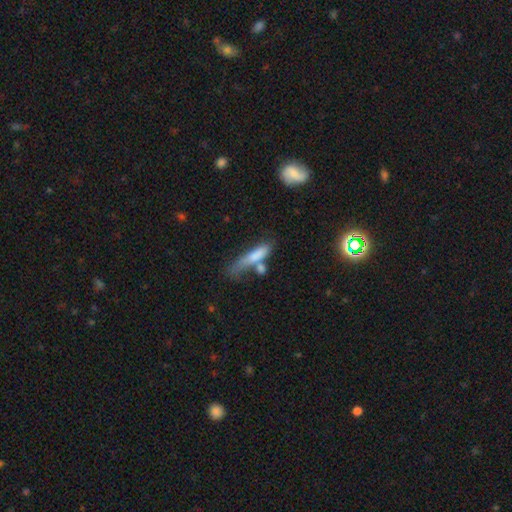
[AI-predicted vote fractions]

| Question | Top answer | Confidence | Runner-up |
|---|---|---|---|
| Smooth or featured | smooth | 71% | featured or disk (21%) |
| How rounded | cigar-shaped | 72% | in between (25%) |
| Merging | none | 35% | merger (30%) |